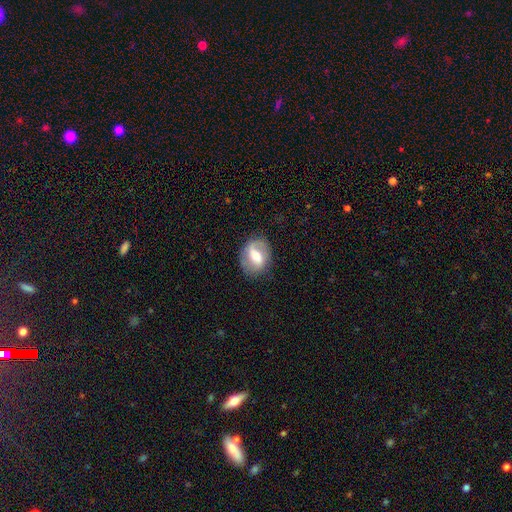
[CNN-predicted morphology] Overall: featured or disk (66%; smooth 27%). Edge-on disk: no (96%). Bar: weak (43%; strong 39%). Spiral arms: yes (79%). Bulge size: moderate (61%; small 22%). Merging: none (78%).